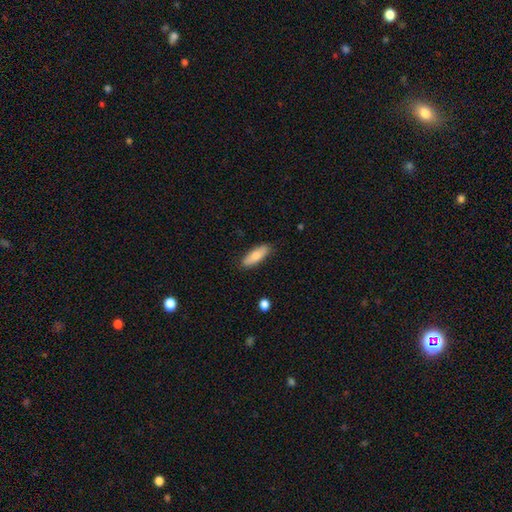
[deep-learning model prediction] smooth_or_featured: smooth (p=0.78) [alt: featured or disk p=0.16]
how_rounded: in between (p=0.57) [alt: cigar-shaped p=0.41]
merging: none (p=0.86) [alt: minor disturbance p=0.11]